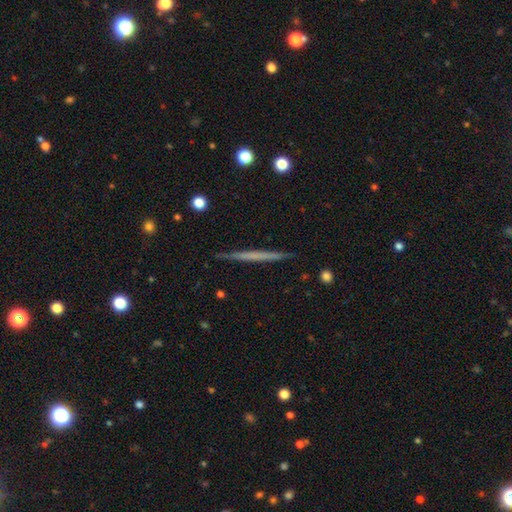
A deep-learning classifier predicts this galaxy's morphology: A featured or disk galaxy (52%) viewed edge-on (98%) with no central bulge (91%).

Vote fractions:
- Smooth or featured? featured or disk: 52% / smooth: 42% / star or artifact: 6%
- Edge-on disk? yes: 98% / no: 2%
- Edge-on bulge? none: 91% / rounded: 6% / boxy: 3%
- Merging? none: 91% / minor disturbance: 6% / major disturbance: 1% / merger: 1%